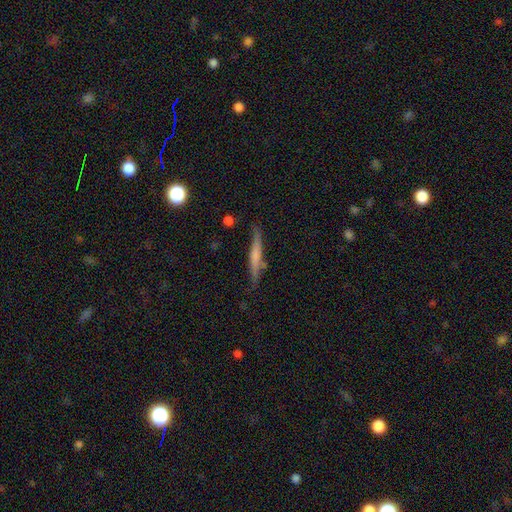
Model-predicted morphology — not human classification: type=smooth (50%); roundness=cigar-shaped (93%); merging=none (76%).